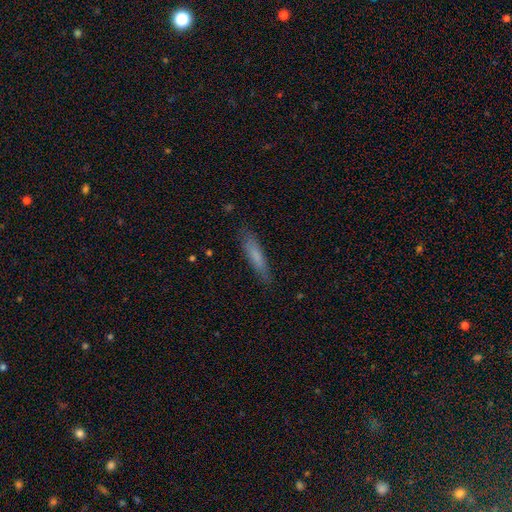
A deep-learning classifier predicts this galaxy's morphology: Smooth or featured? smooth (74%)
How rounded? cigar-shaped (85%)
Merging? none (84%)